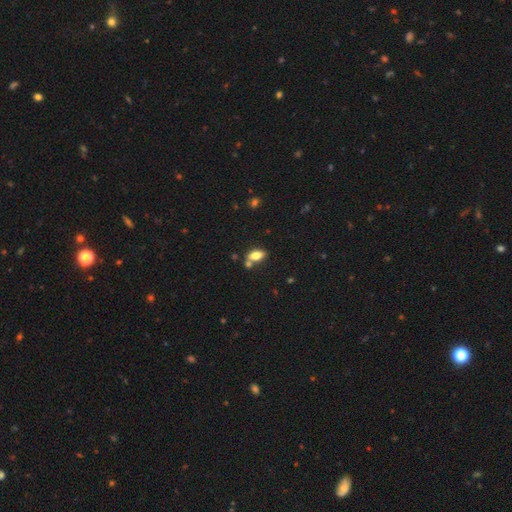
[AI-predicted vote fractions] smooth 79%, featured or disk 13%, star or artifact 9%. Down the decision tree: how rounded — in between (88%); merging — none (61%).